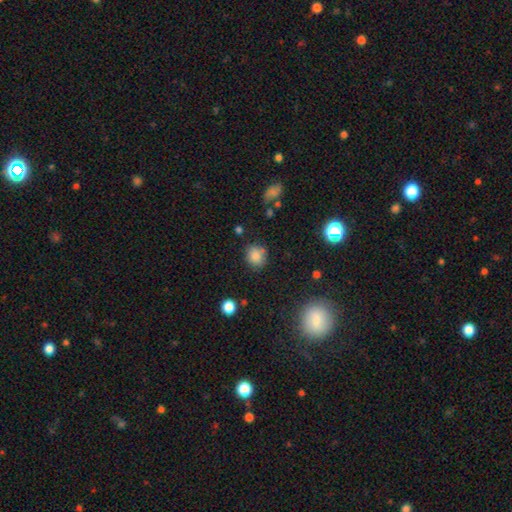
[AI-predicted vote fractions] This appears to be a smooth galaxy with no disk features (81%) that is round (80%). Merging: none (77%).